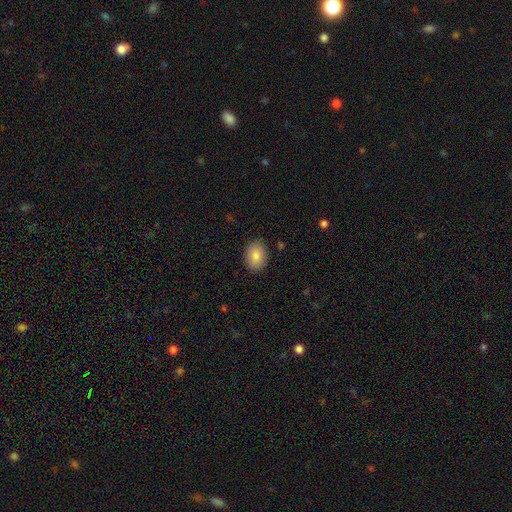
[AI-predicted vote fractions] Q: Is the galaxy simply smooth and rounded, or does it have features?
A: smooth — 84%.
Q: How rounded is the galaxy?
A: in between — 70%.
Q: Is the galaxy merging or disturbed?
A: none — 88%.